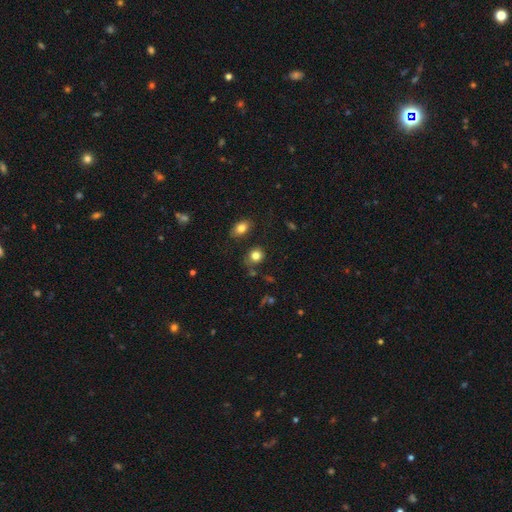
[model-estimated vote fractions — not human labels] smooth_or_featured: smooth (p=0.82) [alt: star or artifact p=0.11]
how_rounded: round (p=0.71) [alt: in between p=0.28]
merging: none (p=0.73) [alt: minor disturbance p=0.16]